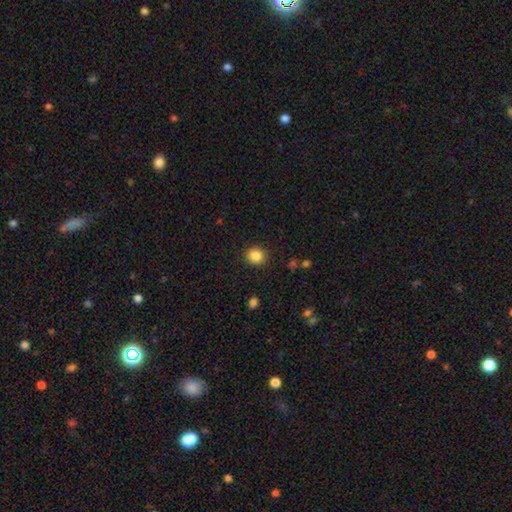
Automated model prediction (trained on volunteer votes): This is clearly a smooth galaxy (86%). How rounded: clearly round (87%). Merging: clearly none (90%).